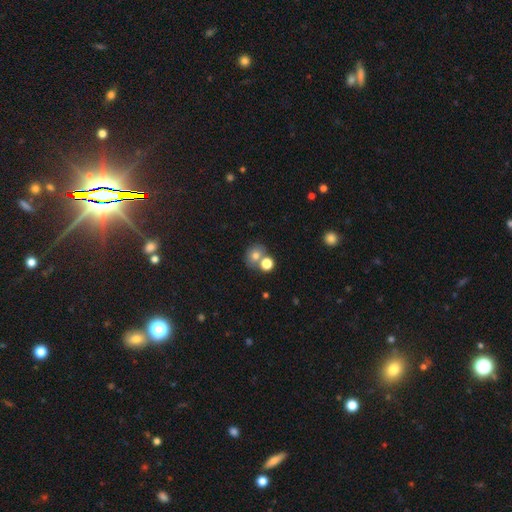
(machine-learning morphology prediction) Smooth or featured?
  - smooth: 74% *
  - star or artifact: 13%
  - featured or disk: 13%
How rounded?
  - round: 71% *
  - in between: 28%
  - cigar-shaped: 1%
Merging?
  - none: 52% *
  - merger: 34%
  - minor disturbance: 9%
  - major disturbance: 4%